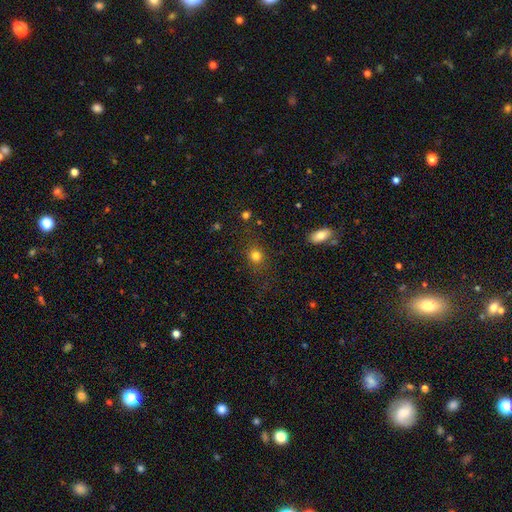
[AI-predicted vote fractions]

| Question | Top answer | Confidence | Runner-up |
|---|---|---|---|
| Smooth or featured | smooth | 80% | star or artifact (14%) |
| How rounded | round | 79% | in between (20%) |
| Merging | none | 83% | minor disturbance (10%) |